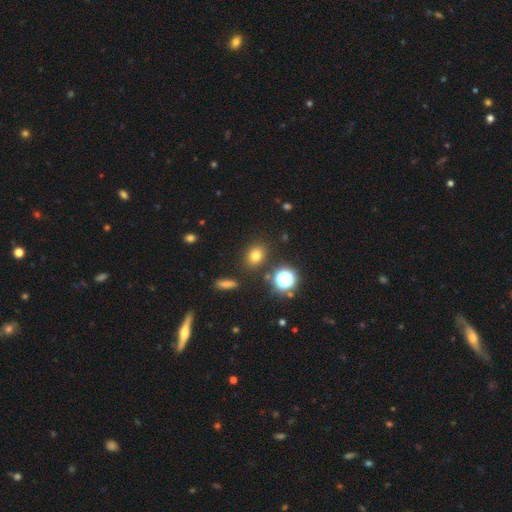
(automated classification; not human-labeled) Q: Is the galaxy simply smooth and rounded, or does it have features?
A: smooth — 73%.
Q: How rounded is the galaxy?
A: round — 54%.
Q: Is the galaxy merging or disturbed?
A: none — 84%.